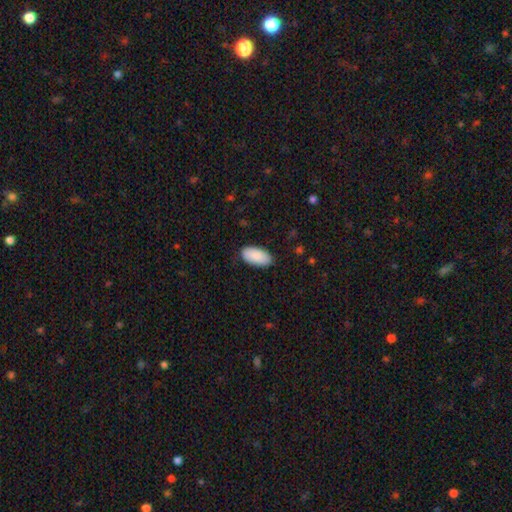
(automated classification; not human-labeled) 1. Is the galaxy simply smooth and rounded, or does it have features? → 90% smooth, 6% star or artifact, 5% featured or disk.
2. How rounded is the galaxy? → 95% in between, 3% cigar-shaped, 2% round.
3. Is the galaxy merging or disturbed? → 87% none, 10% minor disturbance, 2% major disturbance, 1% merger.